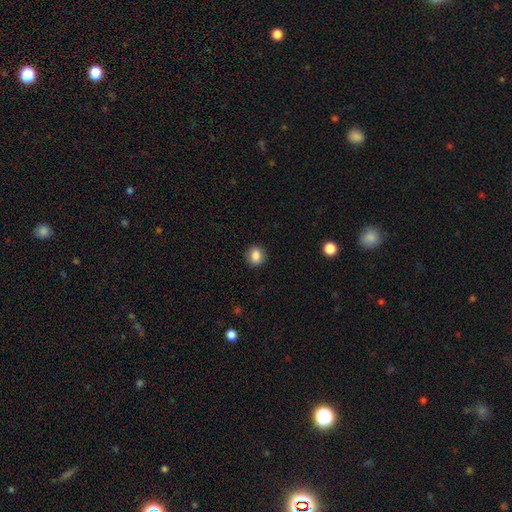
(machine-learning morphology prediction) A smooth galaxy with no disk features (85%) that is round (69%). Merging: none (90%).